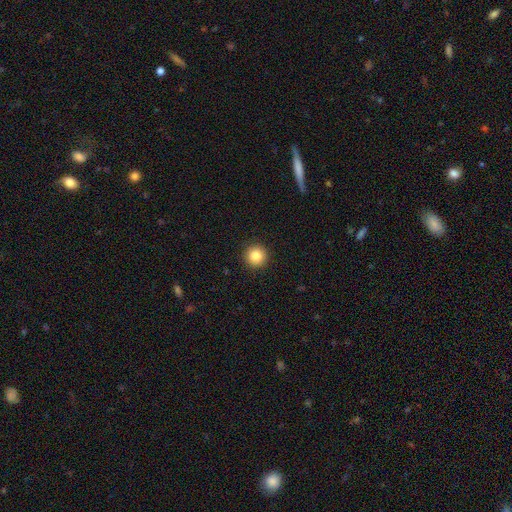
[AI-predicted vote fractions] Smooth or featured?
  - smooth: 86% *
  - star or artifact: 10%
  - featured or disk: 4%
How rounded?
  - round: 96% *
  - in between: 3%
  - cigar-shaped: 1%
Merging?
  - none: 93% *
  - minor disturbance: 5%
  - major disturbance: 2%
  - merger: 1%